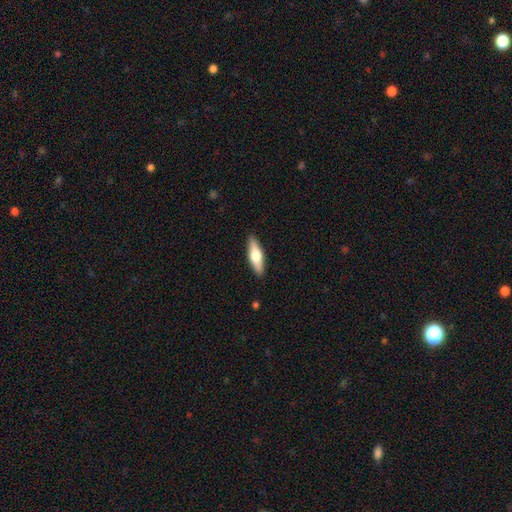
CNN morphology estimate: smooth 56%, featured or disk 39%, star or artifact 5%. Down the decision tree: how rounded — cigar-shaped (56%); merging — none (90%).